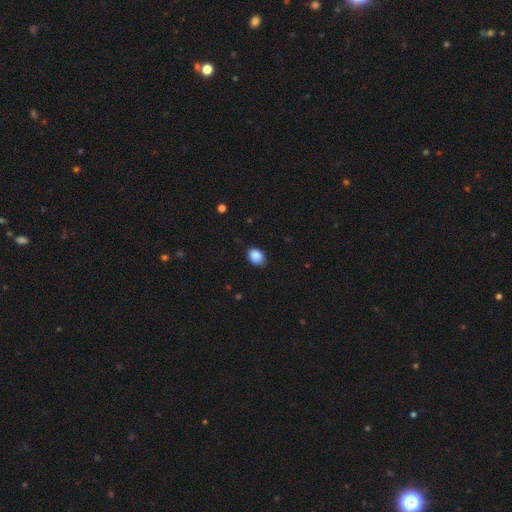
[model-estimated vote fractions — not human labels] smooth-or-featured: smooth: 88% | star or artifact: 8% | featured or disk: 4%
  how-rounded: in between: 65% | round: 34% | cigar-shaped: 1%
  merging: none: 77% | minor disturbance: 19% | major disturbance: 3% | merger: 1%